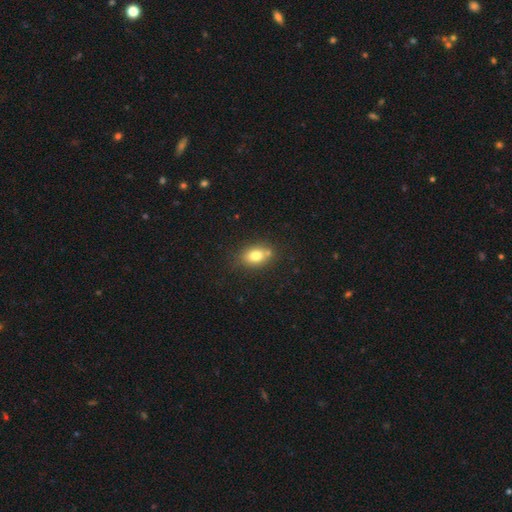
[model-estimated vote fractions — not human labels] Smooth or featured?
  - smooth: 78% *
  - featured or disk: 12%
  - star or artifact: 10%
How rounded?
  - in between: 74% *
  - round: 24%
  - cigar-shaped: 2%
Merging?
  - none: 69% *
  - minor disturbance: 16%
  - merger: 11%
  - major disturbance: 4%